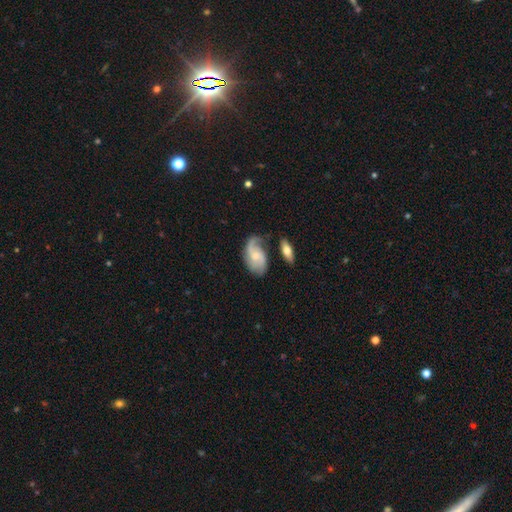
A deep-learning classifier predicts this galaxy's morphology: The model was most divided on "spiral winding": medium: 42%, loose: 40%, tight: 18%. More confident: edge-on disk — no (96%); spiral arms — yes (93%); smooth or featured — featured or disk (73%); spiral arm count — 2 (67%); bar — no (60%); merging — none (57%); bulge size — small (52%).